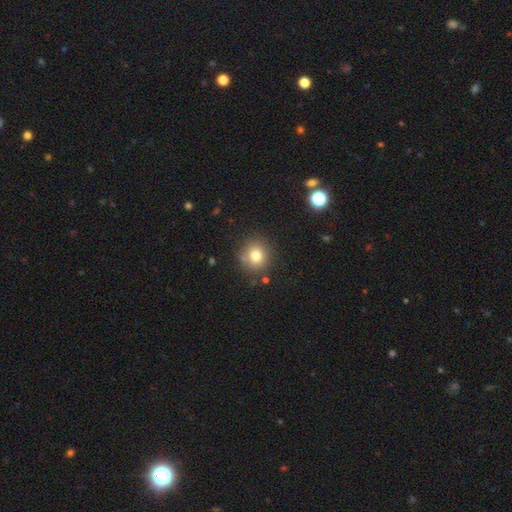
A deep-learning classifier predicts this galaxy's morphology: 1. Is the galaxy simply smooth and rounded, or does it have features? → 77% smooth, 13% star or artifact, 9% featured or disk.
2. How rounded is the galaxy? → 89% round, 10% in between, 1% cigar-shaped.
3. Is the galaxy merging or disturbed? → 82% none, 10% minor disturbance, 4% merger, 3% major disturbance.